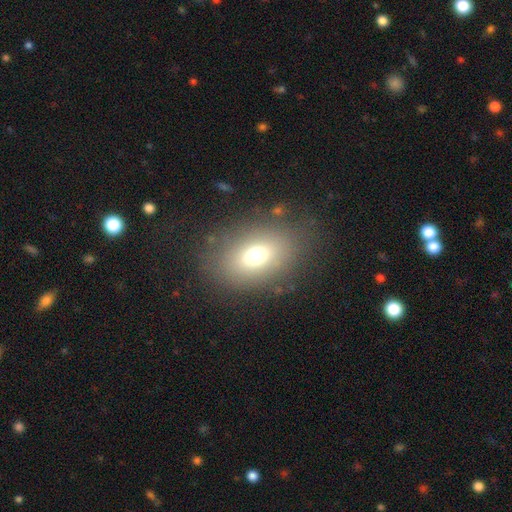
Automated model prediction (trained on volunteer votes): Smooth or featured? smooth (71%)
How rounded? in between (73%)
Merging? none (79%)